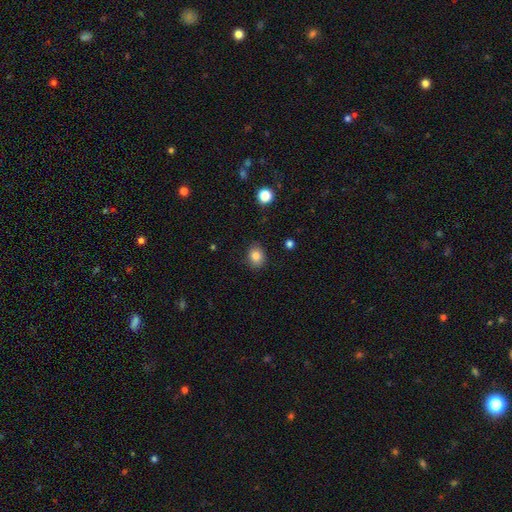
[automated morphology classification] Smooth or featured? Predicted: smooth (p=0.82). How rounded? Predicted: round (p=0.58). Merging? Predicted: none (p=0.87).